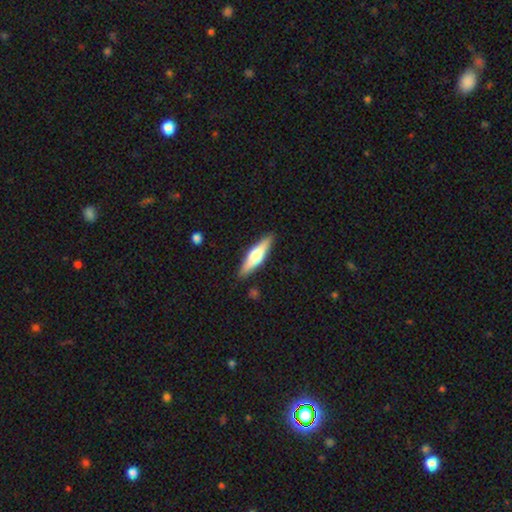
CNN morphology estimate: featured or disk 51%, smooth 44%, star or artifact 5%. Down the decision tree: edge-on disk — yes (94%); merging — none (88%).